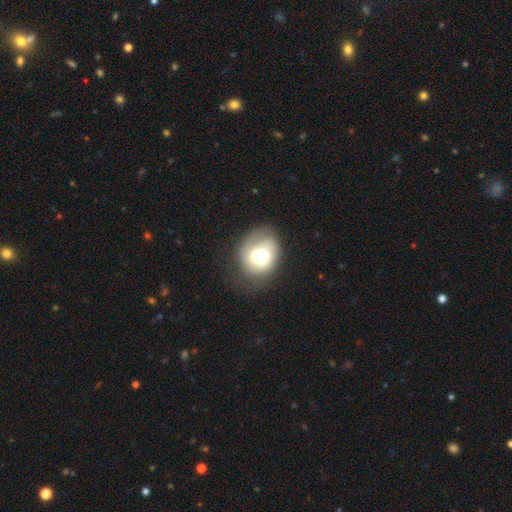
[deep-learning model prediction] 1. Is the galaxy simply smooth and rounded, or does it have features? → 59% smooth, 32% featured or disk, 9% star or artifact.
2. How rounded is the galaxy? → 55% round, 44% in between, 1% cigar-shaped.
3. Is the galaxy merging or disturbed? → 45% merger, 31% none, 15% minor disturbance, 9% major disturbance.